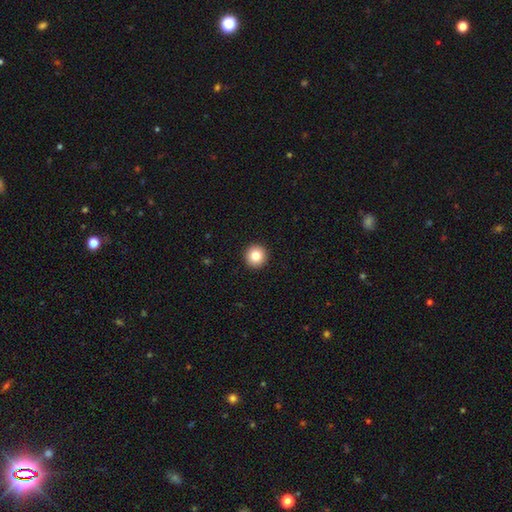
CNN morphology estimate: This appears to be a smooth galaxy with no disk features (82%) that is round (96%). Merging: none (94%).